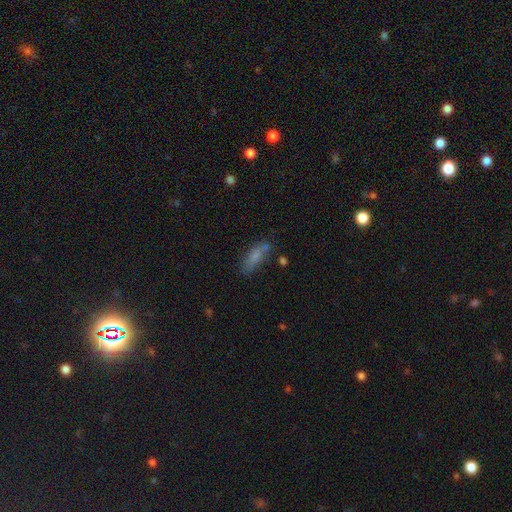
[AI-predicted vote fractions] Q: Smooth or featured?
A: smooth (73%); runner-up: featured or disk (18%)
Q: How rounded?
A: cigar-shaped (52%); runner-up: in between (46%)
Q: Merging?
A: none (67%); runner-up: minor disturbance (20%)